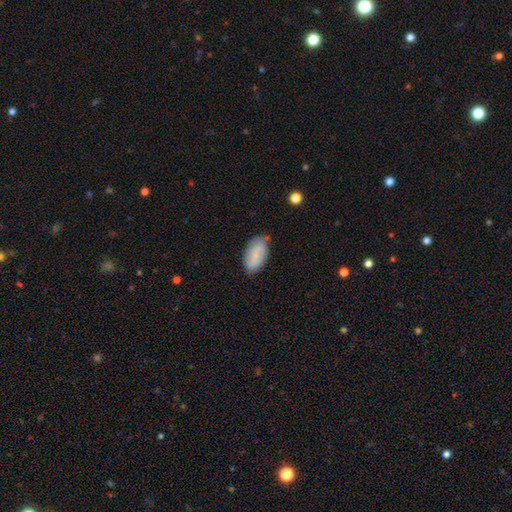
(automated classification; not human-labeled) smooth-or-featured: smooth: 73% | featured or disk: 20% | star or artifact: 7%
  how-rounded: in between: 94% | round: 3% | cigar-shaped: 2%
  merging: none: 70% | minor disturbance: 23% | major disturbance: 4% | merger: 3%